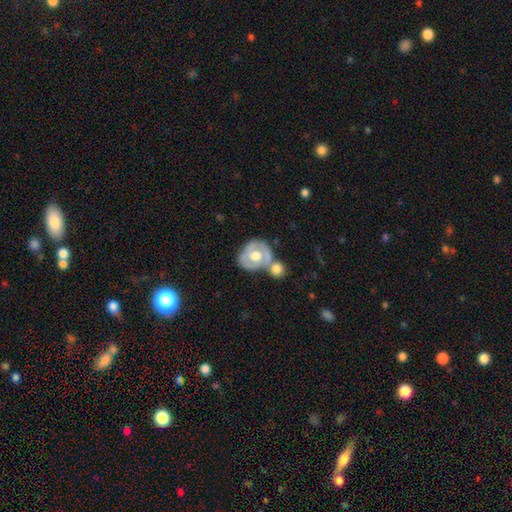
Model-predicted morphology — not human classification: Smooth or featured?
  - featured or disk: 61% *
  - smooth: 34%
  - star or artifact: 5%
Edge-on disk?
  - no: 96% *
  - yes: 4%
Bar?
  - no: 82% *
  - weak: 14%
  - strong: 4%
Spiral arms?
  - no: 59% *
  - yes: 41%
Bulge size?
  - moderate: 65% *
  - large: 28%
  - small: 4%
  - dominant: 2%
  - none: 1%
Merging?
  - merger: 39% *
  - none: 37%
  - minor disturbance: 16%
  - major disturbance: 8%